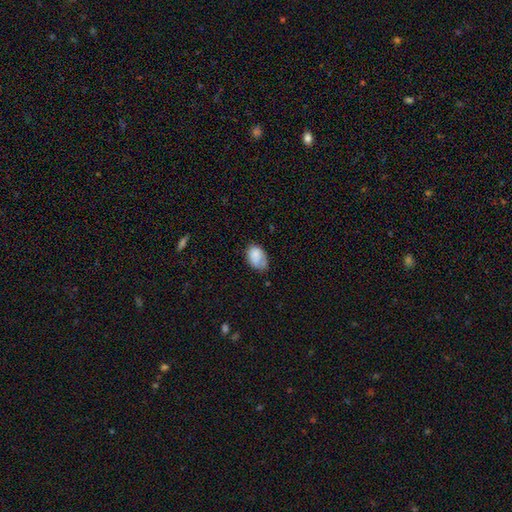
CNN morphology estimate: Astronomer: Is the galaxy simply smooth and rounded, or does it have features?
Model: smooth — 79%.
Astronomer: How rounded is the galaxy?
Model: in between — 86%.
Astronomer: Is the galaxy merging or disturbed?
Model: none — 51% (runner-up: minor disturbance, 35%).